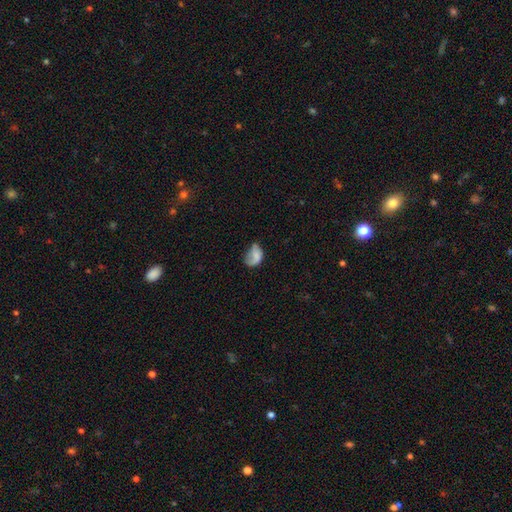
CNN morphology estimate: smooth-or-featured: smooth: 63% | featured or disk: 27% | star or artifact: 9%
  how-rounded: in between: 79% | round: 19% | cigar-shaped: 2%
  merging: major disturbance: 35% | minor disturbance: 33% | none: 28% | merger: 4%